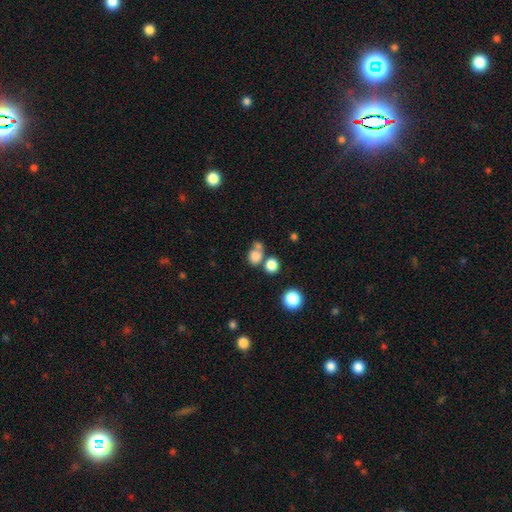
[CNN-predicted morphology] This appears to be a smooth galaxy with no disk features (79%) that is round (74%). Merging: none (47%).